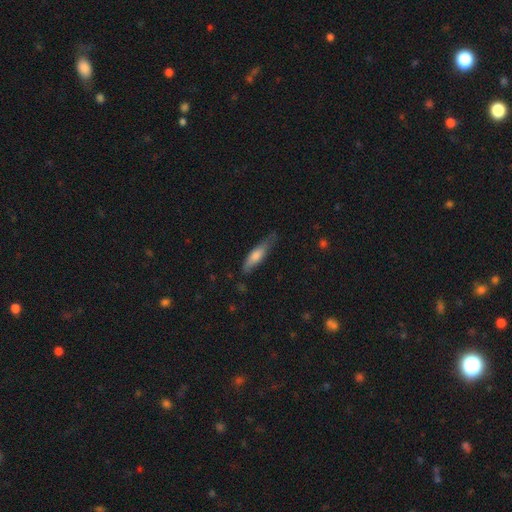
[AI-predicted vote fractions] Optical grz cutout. It shows a smooth galaxy with no disk features (66%) that is cigar-shaped (68%). Merging: none (63%).